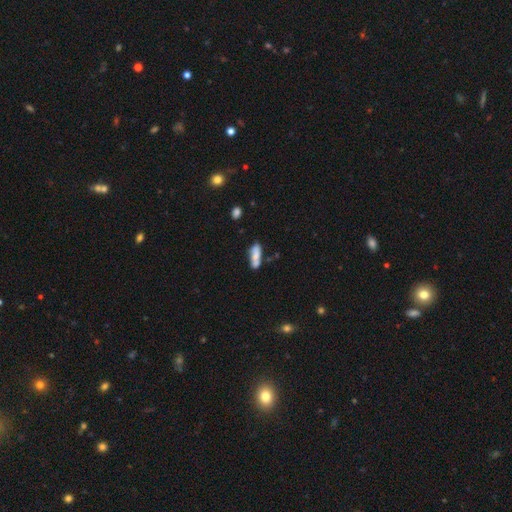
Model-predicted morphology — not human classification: Smooth or featured? smooth (70%)
How rounded? in between (62%)
Merging? none (52%)